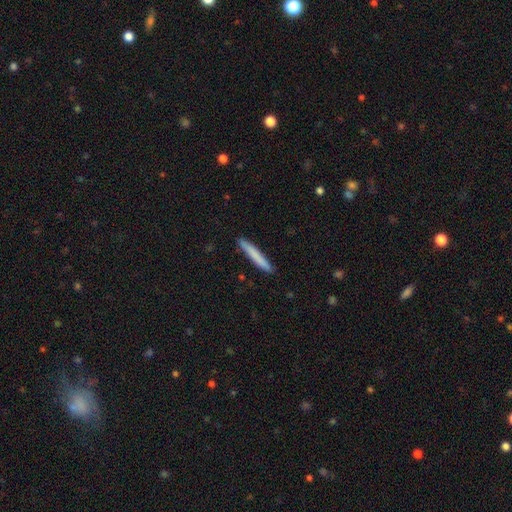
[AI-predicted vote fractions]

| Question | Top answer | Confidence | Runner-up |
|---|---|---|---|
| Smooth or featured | smooth | 77% | featured or disk (17%) |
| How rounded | cigar-shaped | 96% | in between (3%) |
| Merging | none | 91% | minor disturbance (7%) |